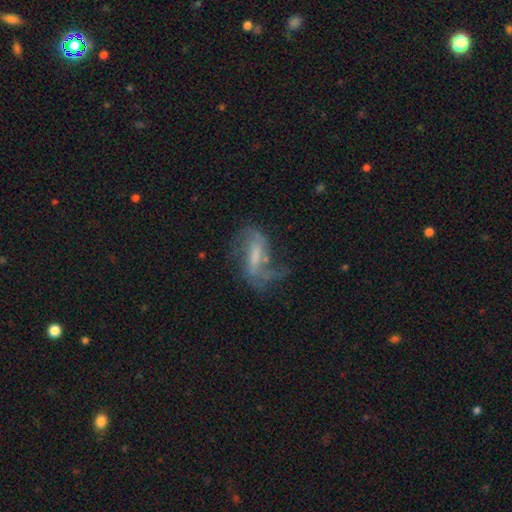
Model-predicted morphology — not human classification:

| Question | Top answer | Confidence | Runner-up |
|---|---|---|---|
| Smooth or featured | featured or disk | 73% | smooth (18%) |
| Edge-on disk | no | 93% | yes (7%) |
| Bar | weak | 44% | strong (36%) |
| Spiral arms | yes | 84% | no (16%) |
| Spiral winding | loose | 60% | medium (30%) |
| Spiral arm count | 2 | 71% | can't tell (12%) |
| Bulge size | none | 33% | moderate (29%) |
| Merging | none | 44% | major disturbance (30%) |